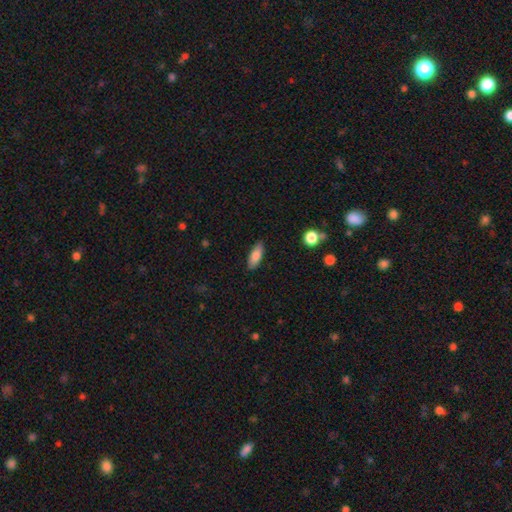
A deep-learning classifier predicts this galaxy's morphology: smooth_or_featured: smooth (p=0.83) [alt: featured or disk p=0.10]
how_rounded: in between (p=0.71) [alt: cigar-shaped p=0.26]
merging: none (p=0.86) [alt: minor disturbance p=0.10]